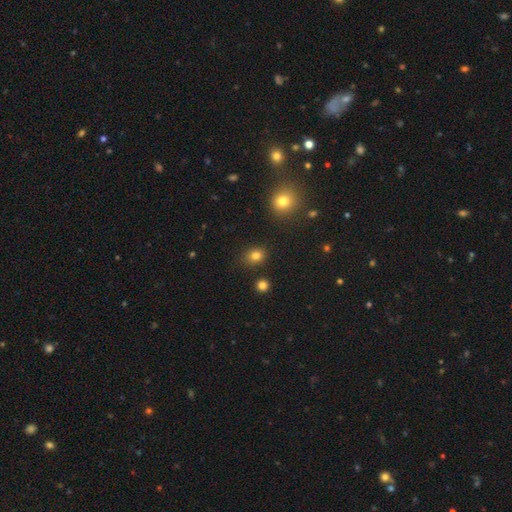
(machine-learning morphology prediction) smooth-or-featured: smooth: 81% | star or artifact: 13% | featured or disk: 6%
  how-rounded: round: 60% | in between: 39% | cigar-shaped: 1%
  merging: none: 86% | minor disturbance: 8% | merger: 3% | major disturbance: 3%